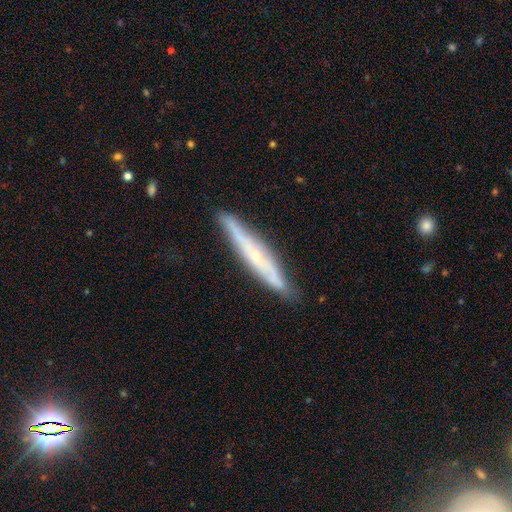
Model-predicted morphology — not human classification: Smooth or featured? Predicted: featured or disk (p=0.61). Edge-on disk? Predicted: yes (p=0.85). Edge-on bulge? Predicted: rounded (p=0.51). Merging? Predicted: none (p=0.83).